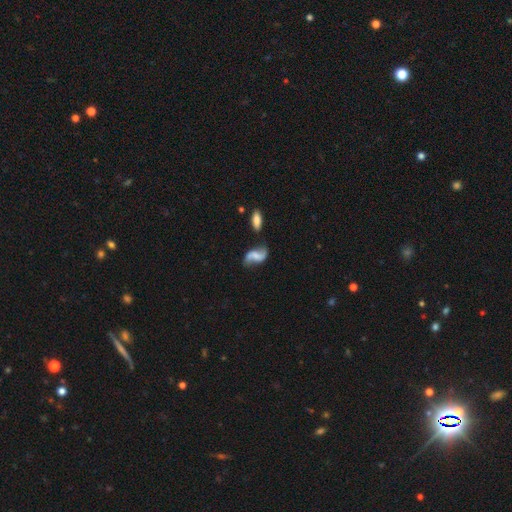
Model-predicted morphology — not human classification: A featured or disk galaxy (74%) with no bar (42%), 2 (91%) loose (76%) spiral arms (93%) and no central bulge (48%).

Vote fractions:
- Smooth or featured? featured or disk: 74% / smooth: 18% / star or artifact: 7%
- Edge-on disk? no: 96% / yes: 4%
- Bar? no: 42% / weak: 41% / strong: 16%
- Spiral arms? yes: 93% / no: 7%
- Spiral winding? loose: 76% / medium: 19% / tight: 5%
- Spiral arm count? 2: 91% / can't tell: 3% / 1: 3% / 3: 1% / 4: 1% / more than 4: 1%
- Bulge size? none: 48% / small: 26% / moderate: 18% / large: 6% / dominant: 2%
- Merging? none: 63% / minor disturbance: 19% / merger: 10% / major disturbance: 8%